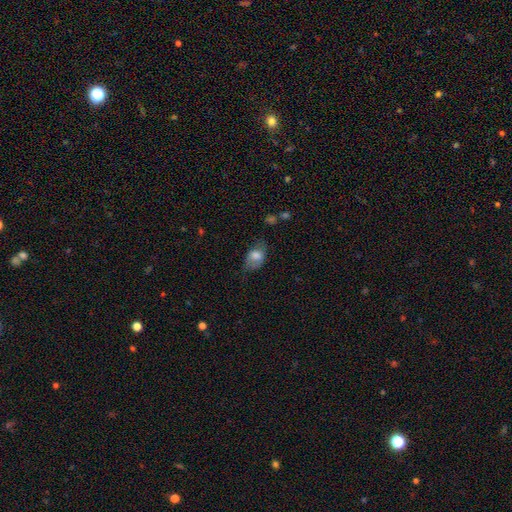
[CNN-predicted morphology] This appears to be a smooth galaxy with no disk features (69%) that is in between round and cigar-shaped (85%). Merging: none (50%).